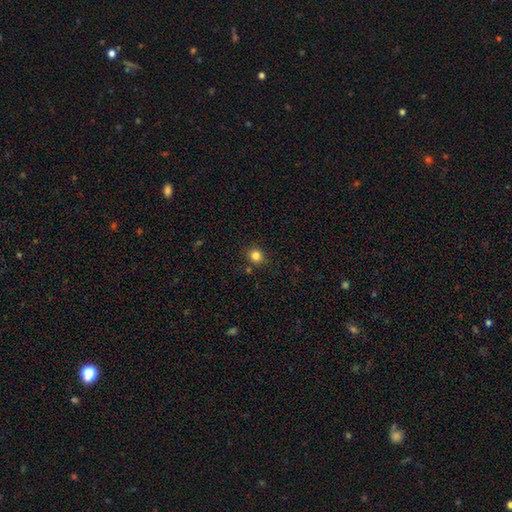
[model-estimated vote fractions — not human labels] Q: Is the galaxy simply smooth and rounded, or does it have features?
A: smooth — 83%.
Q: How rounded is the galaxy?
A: round — 84%.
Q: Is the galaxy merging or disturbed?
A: none — 84%.